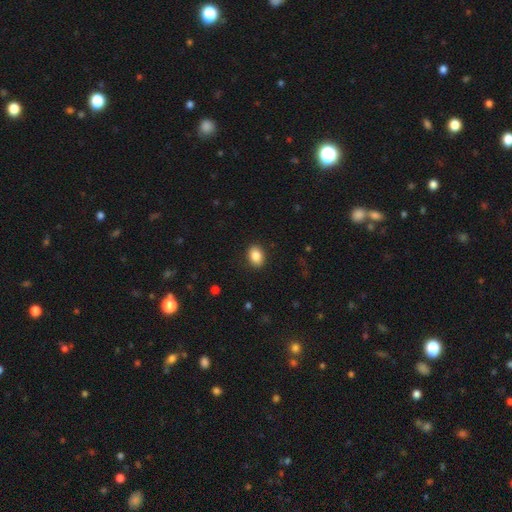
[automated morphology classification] type=smooth (87%); roundness=in between (73%); merging=none (89%).